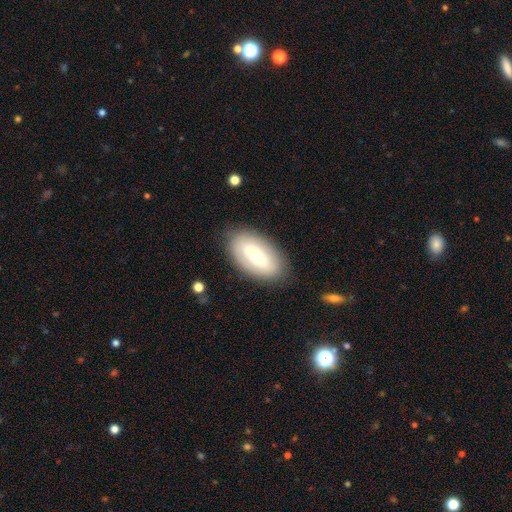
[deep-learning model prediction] Q: Smooth or featured?
A: smooth (52%); runner-up: featured or disk (41%)
Q: How rounded?
A: in between (93%); runner-up: round (5%)
Q: Merging?
A: none (83%); runner-up: minor disturbance (12%)